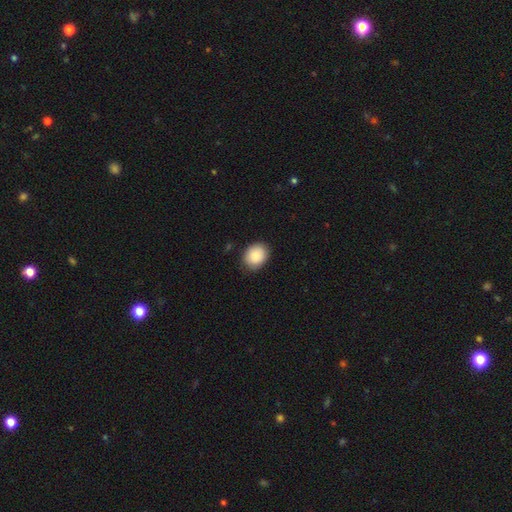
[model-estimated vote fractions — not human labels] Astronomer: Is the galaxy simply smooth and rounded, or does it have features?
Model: smooth — 86%.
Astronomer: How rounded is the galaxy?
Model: round — 54% (runner-up: in between, 45%).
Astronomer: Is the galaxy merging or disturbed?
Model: none — 83%.